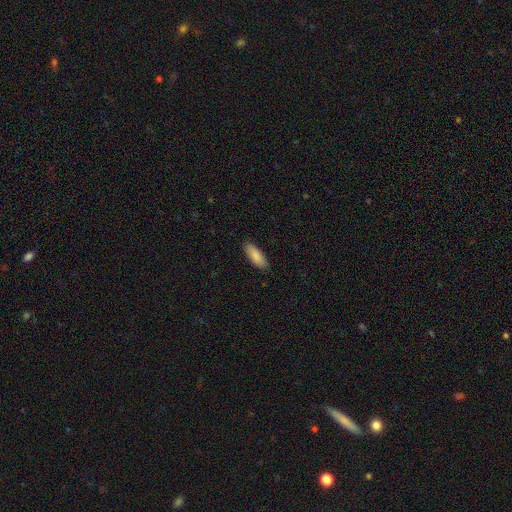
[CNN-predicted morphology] smooth 87%, featured or disk 8%, star or artifact 6%. Down the decision tree: how rounded — in between (68%); merging — none (88%).